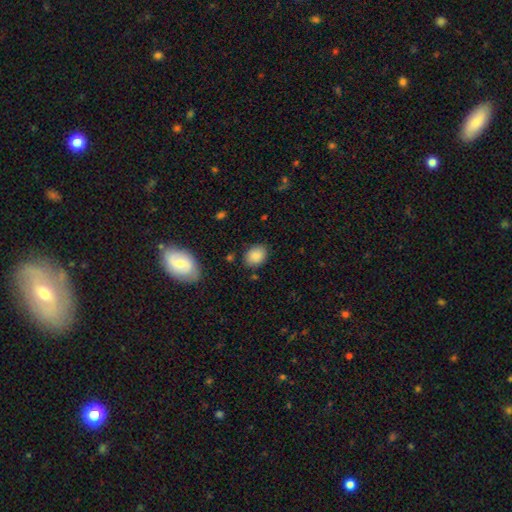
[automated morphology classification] Smooth or featured?
  - smooth: 87% *
  - star or artifact: 8%
  - featured or disk: 5%
How rounded?
  - in between: 55% *
  - round: 44%
  - cigar-shaped: 1%
Merging?
  - none: 82% *
  - minor disturbance: 13%
  - major disturbance: 3%
  - merger: 2%